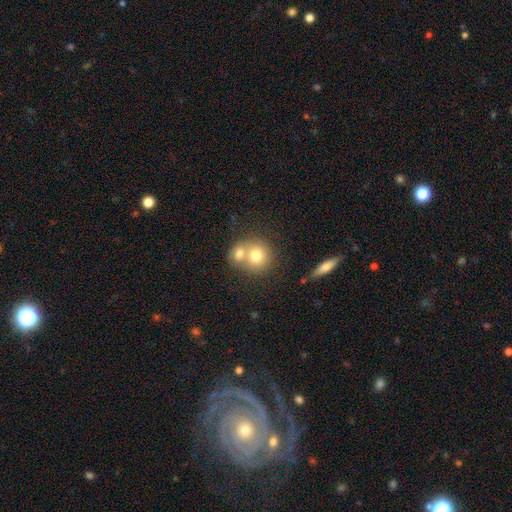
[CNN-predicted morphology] Smooth or featured? Predicted: smooth (p=0.72). How rounded? Predicted: round (p=0.82). Merging? Predicted: merger (p=0.56).